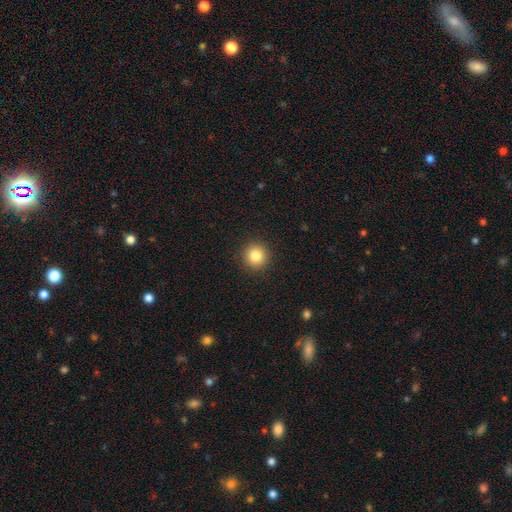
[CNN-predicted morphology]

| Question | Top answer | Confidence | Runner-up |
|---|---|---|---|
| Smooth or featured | smooth | 83% | star or artifact (11%) |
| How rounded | round | 95% | in between (4%) |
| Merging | none | 92% | minor disturbance (5%) |